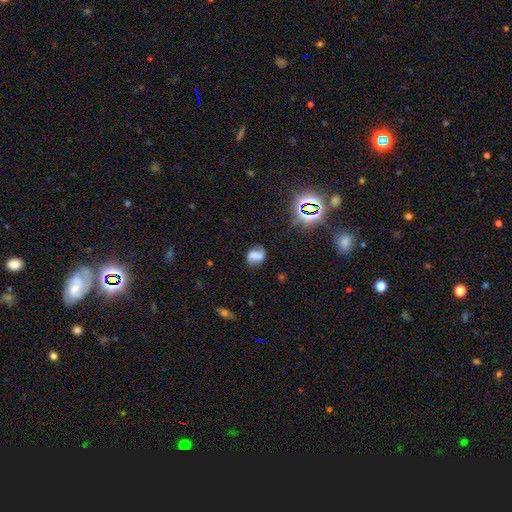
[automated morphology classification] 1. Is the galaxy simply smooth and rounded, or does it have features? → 42% smooth (tied), 42% featured or disk (tied), 16% star or artifact.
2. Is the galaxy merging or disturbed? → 65% none, 21% minor disturbance, 9% major disturbance, 5% merger.